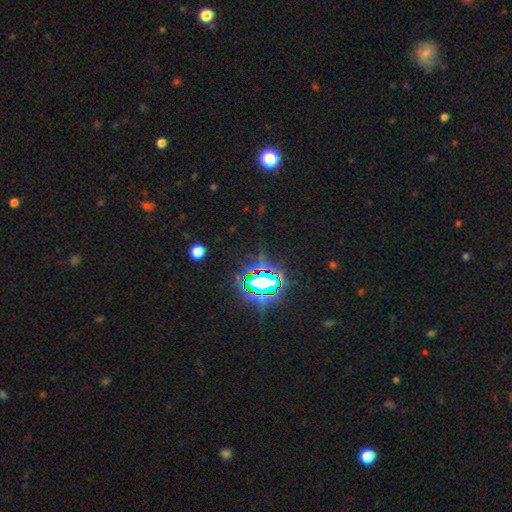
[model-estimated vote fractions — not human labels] Smooth or featured? star or artifact (83%)